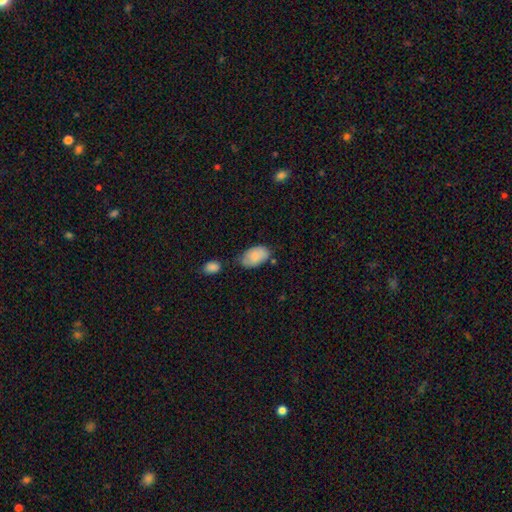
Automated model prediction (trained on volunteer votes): Morphology: type=smooth (85%); roundness=in between (94%); merging=none (58%).